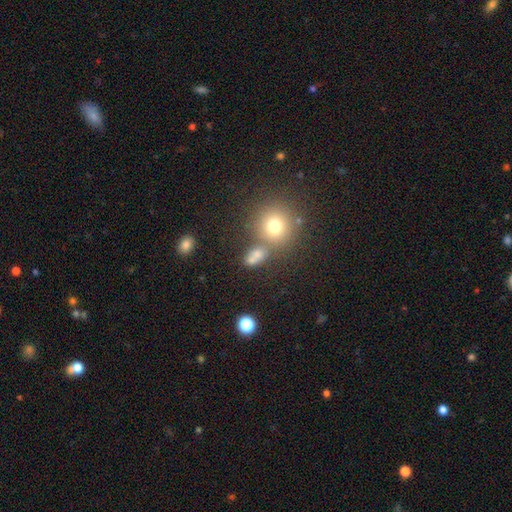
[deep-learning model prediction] smooth_or_featured: smooth (p=0.71) [alt: star or artifact p=0.19]
how_rounded: in between (p=0.62) [alt: round p=0.33]
merging: none (p=0.55) [alt: merger p=0.24]